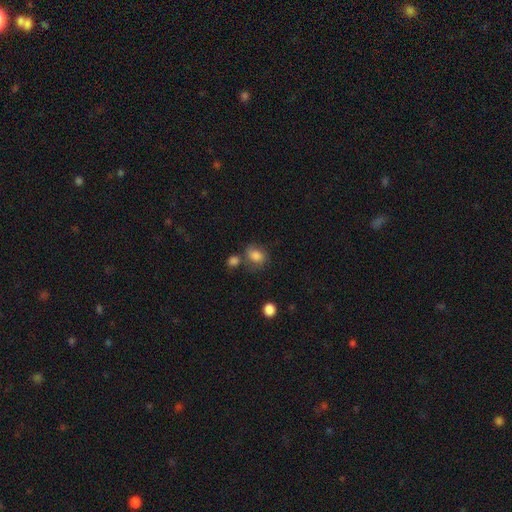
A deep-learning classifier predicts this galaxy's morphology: A smooth galaxy with no disk features (79%) that is in between round and cigar-shaped (58%). Merging: none (53%).